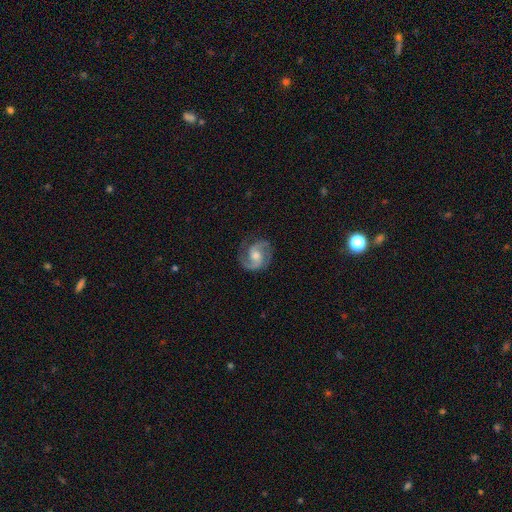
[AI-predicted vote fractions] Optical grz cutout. It shows a featured or disk galaxy (87%) with no bar (51%), 2 (90%) medium (56%) spiral arms (97%) and a moderate central bulge (61%). Merging: none (79%).